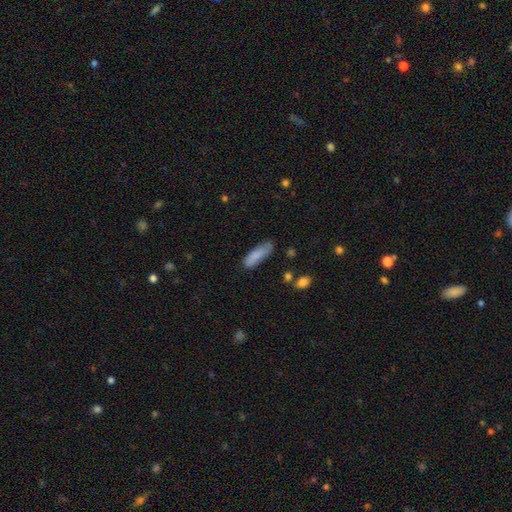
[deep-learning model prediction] This appears to be a smooth galaxy with no disk features (84%) that is cigar-shaped (50%). Merging: none (65%).